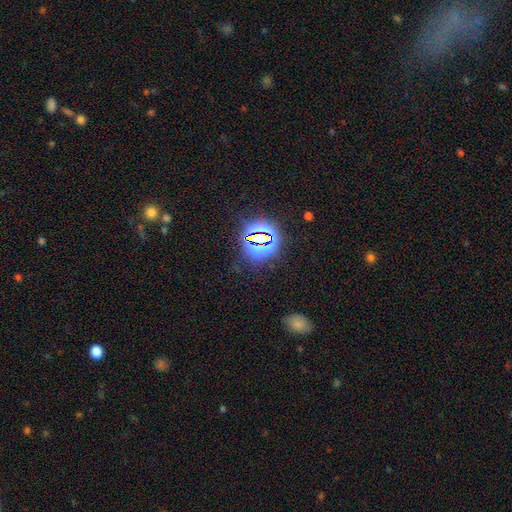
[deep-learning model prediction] Smooth or featured? star or artifact (75%)